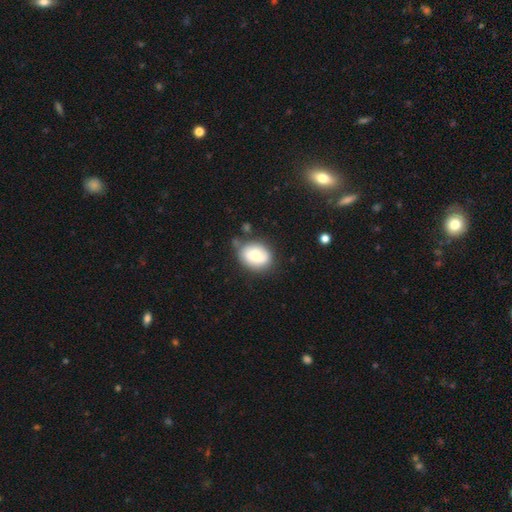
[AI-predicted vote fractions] smooth 63%, featured or disk 30%, star or artifact 8%. Down the decision tree: how rounded — in between (58%); merging — none (67%).